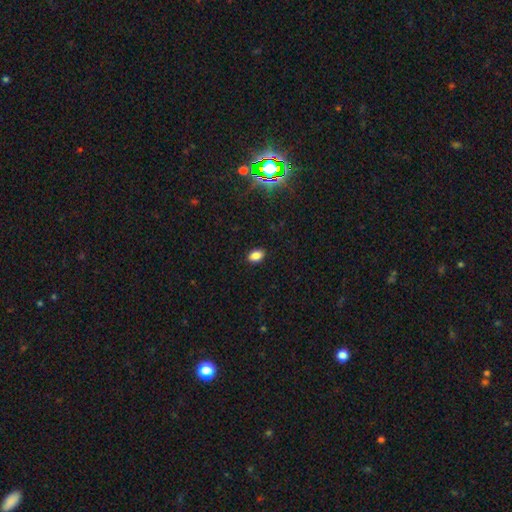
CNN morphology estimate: Smooth or featured? smooth (85%)
How rounded? in between (85%)
Merging? none (88%)